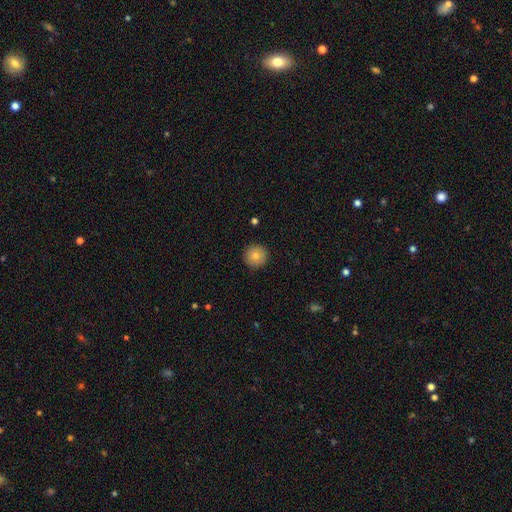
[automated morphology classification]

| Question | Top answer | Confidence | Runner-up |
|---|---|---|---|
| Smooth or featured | smooth | 81% | featured or disk (10%) |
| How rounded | round | 96% | in between (3%) |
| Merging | none | 93% | minor disturbance (5%) |